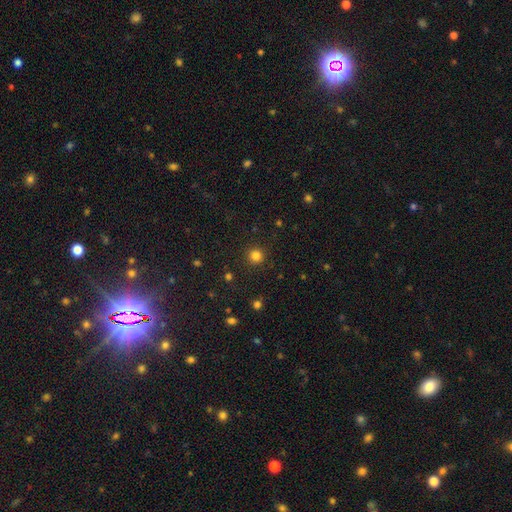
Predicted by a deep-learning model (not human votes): Q: Smooth or featured?
A: smooth (82%); runner-up: star or artifact (14%)
Q: How rounded?
A: round (95%); runner-up: in between (4%)
Q: Merging?
A: none (91%); runner-up: minor disturbance (6%)